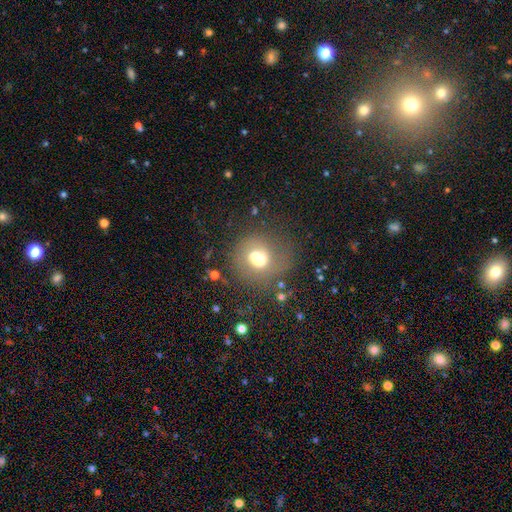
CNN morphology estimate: smooth 57%, featured or disk 29%, star or artifact 14%. Down the decision tree: how rounded — round (80%); merging — merger (38%).